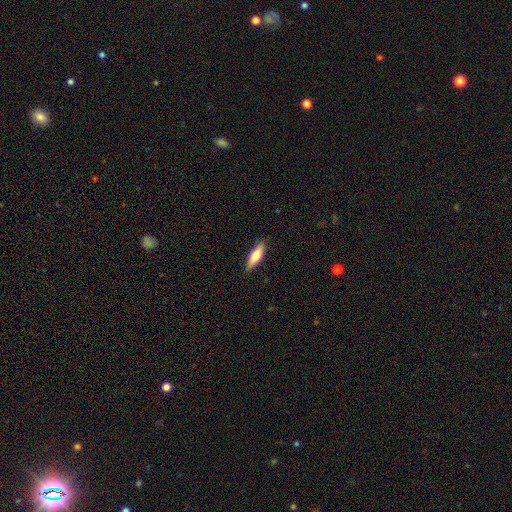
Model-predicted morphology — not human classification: Smooth or featured? Predicted: smooth (p=0.68). How rounded? Predicted: cigar-shaped (p=0.57). Merging? Predicted: none (p=0.87).